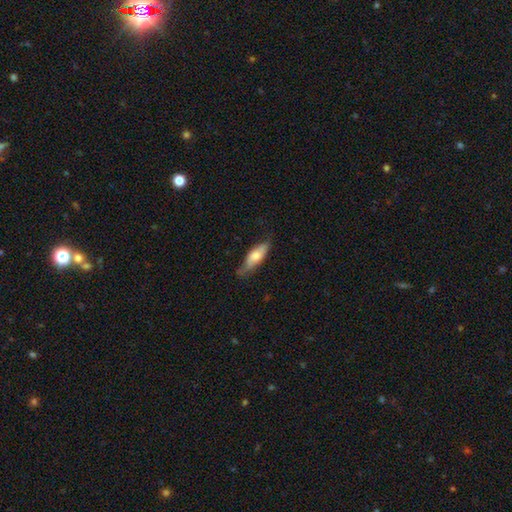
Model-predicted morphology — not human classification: smooth 65%, featured or disk 29%, star or artifact 6%. Down the decision tree: how rounded — in between (62%); merging — none (64%).